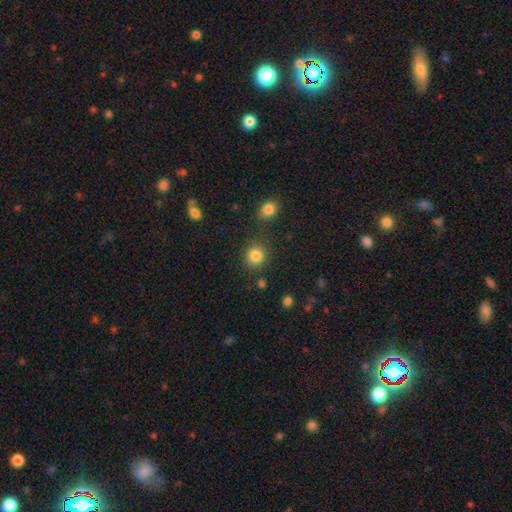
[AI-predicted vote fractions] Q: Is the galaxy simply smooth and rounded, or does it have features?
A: smooth — 85%.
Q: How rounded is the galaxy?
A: round — 86%.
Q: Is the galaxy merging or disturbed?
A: none — 81%.